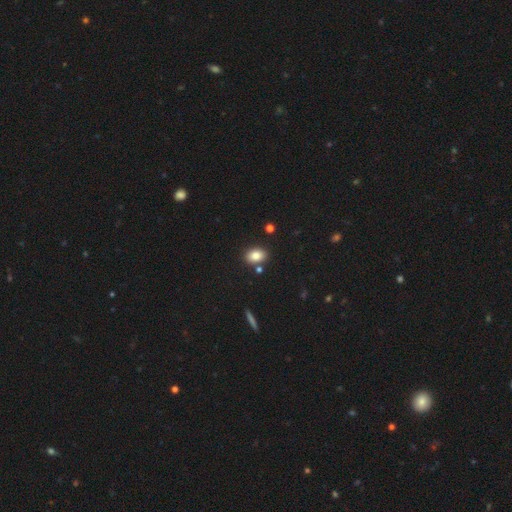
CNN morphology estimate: This is clearly a smooth galaxy (84%). How rounded: likely in between (78%). Merging: clearly none (82%).